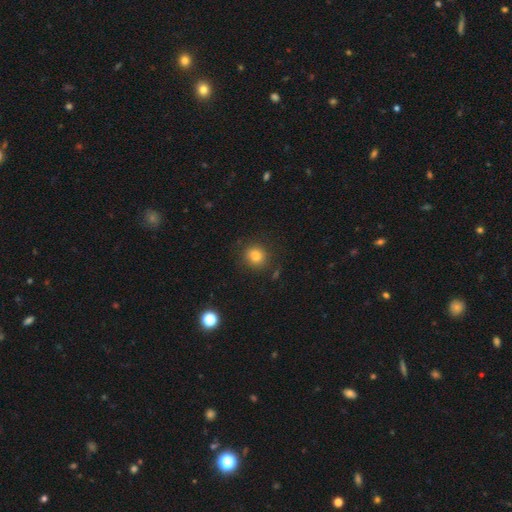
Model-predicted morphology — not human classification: smooth-or-featured: smooth: 81% | star or artifact: 12% | featured or disk: 7%
  how-rounded: round: 85% | in between: 14% | cigar-shaped: 1%
  merging: none: 86% | minor disturbance: 9% | major disturbance: 3% | merger: 2%